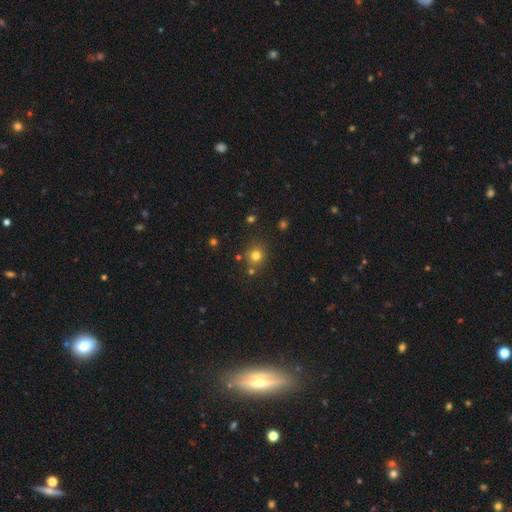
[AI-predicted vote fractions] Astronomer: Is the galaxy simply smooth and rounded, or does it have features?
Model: smooth — 77%.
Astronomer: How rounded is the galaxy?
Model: round — 88%.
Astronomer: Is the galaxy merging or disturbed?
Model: none — 80%.